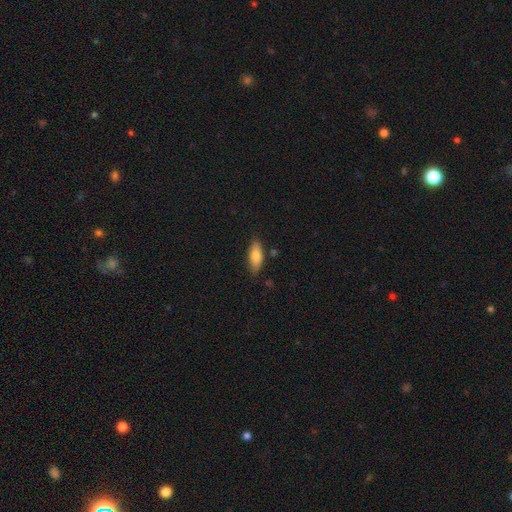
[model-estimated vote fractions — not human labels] smooth_or_featured: smooth (p=0.80) [alt: featured or disk p=0.14]
how_rounded: in between (p=0.73) [alt: cigar-shaped p=0.25]
merging: none (p=0.80) [alt: minor disturbance p=0.15]